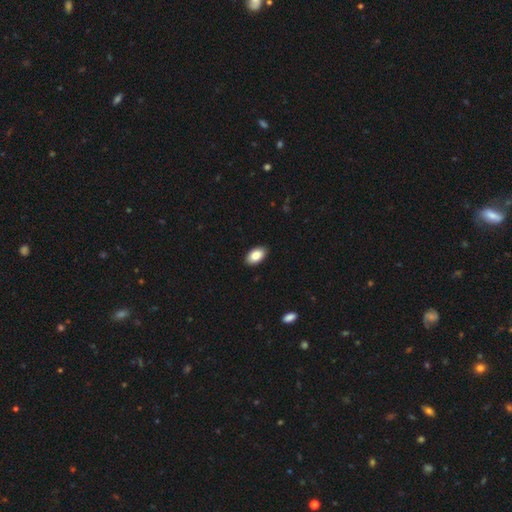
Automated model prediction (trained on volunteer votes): smooth-or-featured: smooth: 87% | featured or disk: 7% | star or artifact: 7%
  how-rounded: in between: 94% | round: 5% | cigar-shaped: 1%
  merging: none: 90% | minor disturbance: 8% | major disturbance: 2% | merger: 1%